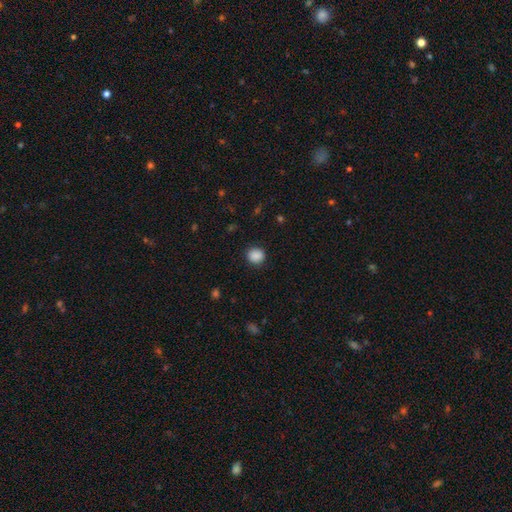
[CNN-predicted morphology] Q: Smooth or featured?
A: smooth (88%); runner-up: star or artifact (9%)
Q: How rounded?
A: round (85%); runner-up: in between (14%)
Q: Merging?
A: none (88%); runner-up: minor disturbance (8%)